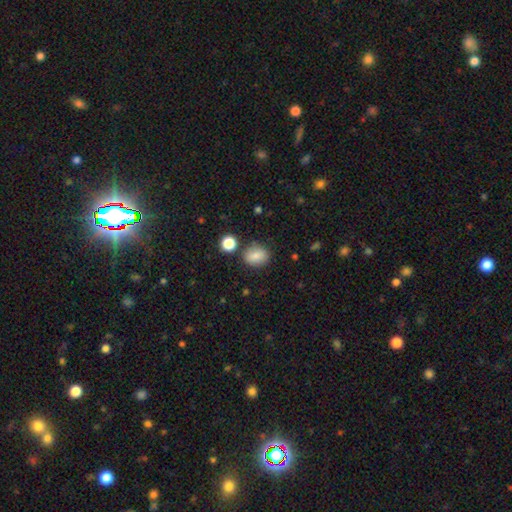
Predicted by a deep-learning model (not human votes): This is clearly a smooth galaxy (83%). How rounded: possibly in between (52%). Merging: likely none (76%).